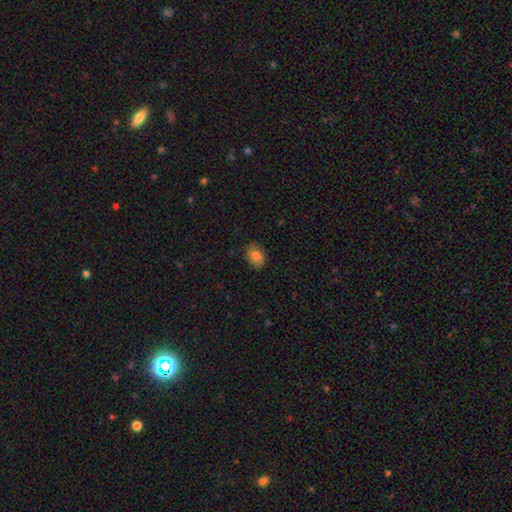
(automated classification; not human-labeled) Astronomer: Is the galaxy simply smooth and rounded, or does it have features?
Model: smooth — 79%.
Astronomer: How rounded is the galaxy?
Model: in between — 69%.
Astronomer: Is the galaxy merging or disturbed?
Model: none — 80%.